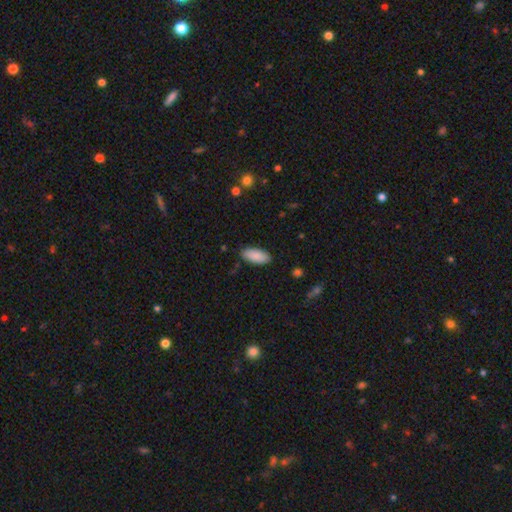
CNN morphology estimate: Smooth or featured? Predicted: smooth (p=0.89). How rounded? Predicted: in between (p=0.88). Merging? Predicted: none (p=0.87).